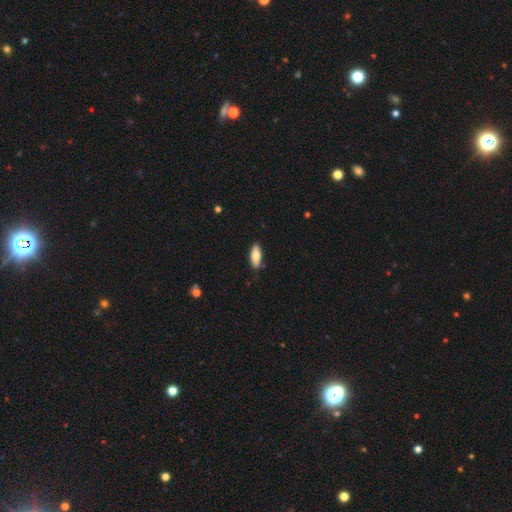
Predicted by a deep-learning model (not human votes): Smooth or featured? smooth (73%)
How rounded? in between (73%)
Merging? none (85%)